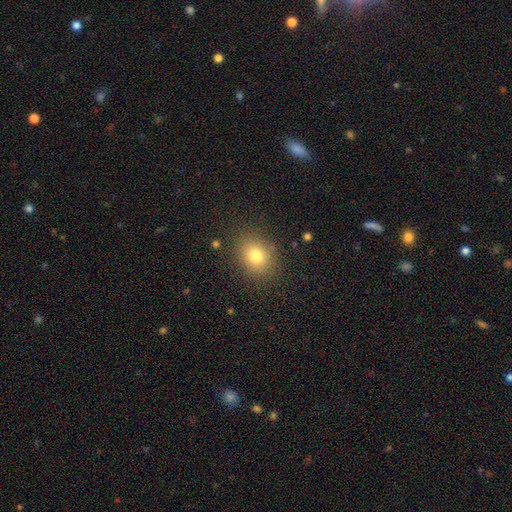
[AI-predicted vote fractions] smooth 80%, star or artifact 12%, featured or disk 8%. Down the decision tree: how rounded — round (51%); merging — none (85%).